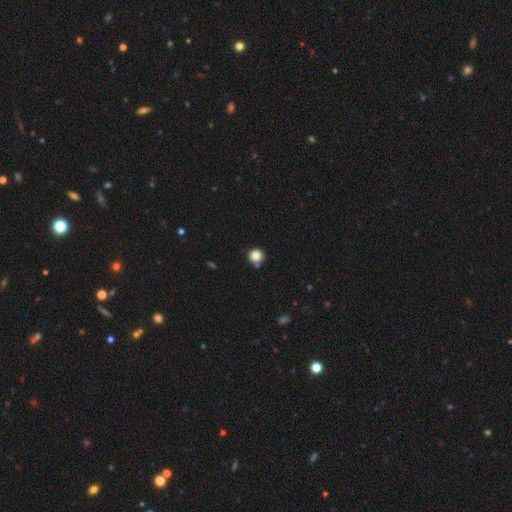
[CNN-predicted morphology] This is clearly a smooth galaxy (83%). How rounded: clearly round (92%). Merging: likely none (79%).